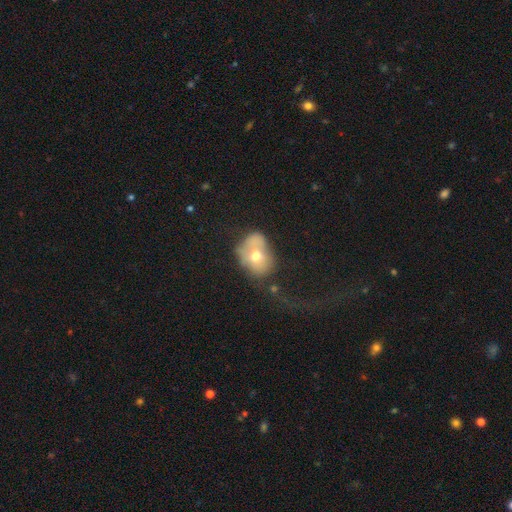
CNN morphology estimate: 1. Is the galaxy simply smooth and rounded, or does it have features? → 61% smooth, 29% featured or disk, 10% star or artifact.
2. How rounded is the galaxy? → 53% in between, 46% round, 1% cigar-shaped.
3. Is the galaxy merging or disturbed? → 35% none, 28% major disturbance, 24% minor disturbance, 13% merger.